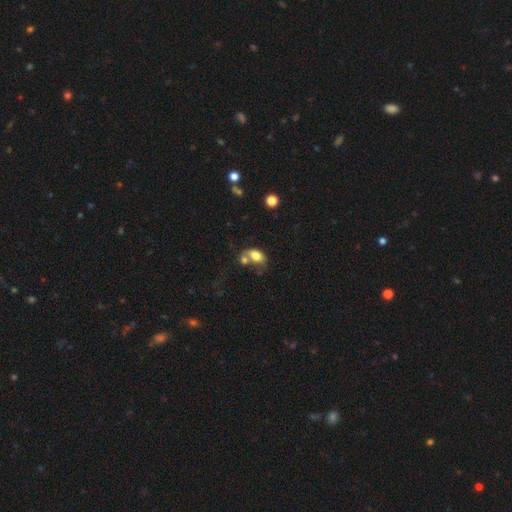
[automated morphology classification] Smooth or featured? Predicted: smooth (p=0.76). How rounded? Predicted: in between (p=0.85). Merging? Predicted: merger (p=0.48).